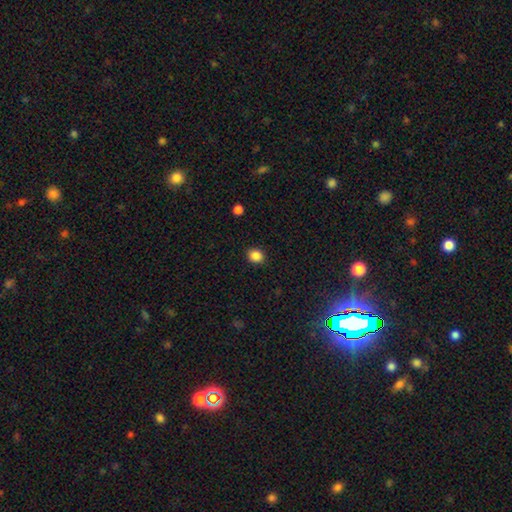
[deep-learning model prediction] A smooth galaxy with no disk features (86%) that is round (73%). Merging: none (90%).